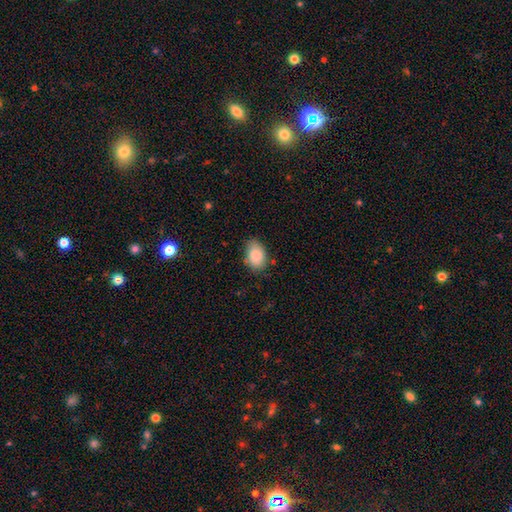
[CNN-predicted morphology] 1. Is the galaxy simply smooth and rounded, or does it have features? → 87% smooth, 7% star or artifact, 6% featured or disk.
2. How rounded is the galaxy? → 86% in between, 12% round, 1% cigar-shaped.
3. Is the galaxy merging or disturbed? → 75% none, 20% minor disturbance, 4% major disturbance, 2% merger.